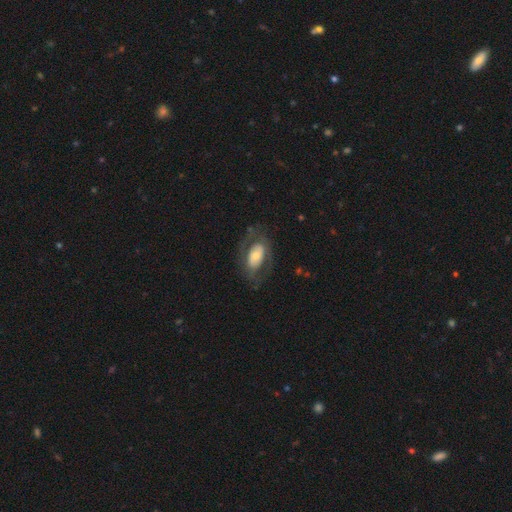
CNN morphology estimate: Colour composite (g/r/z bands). It shows a featured or disk galaxy (49%). Merging: none (64%).